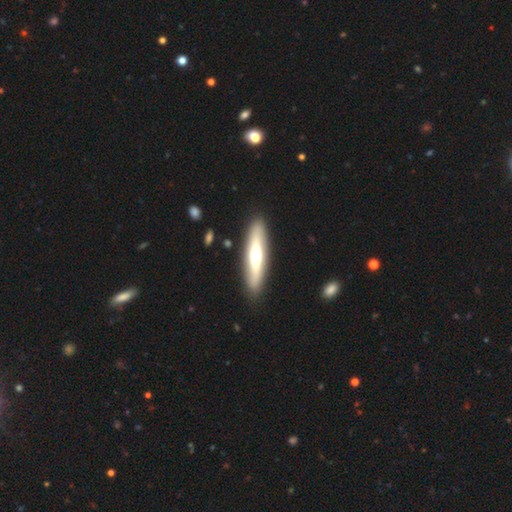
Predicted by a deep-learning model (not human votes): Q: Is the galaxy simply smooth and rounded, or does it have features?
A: smooth — 49%.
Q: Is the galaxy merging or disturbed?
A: none — 89%.